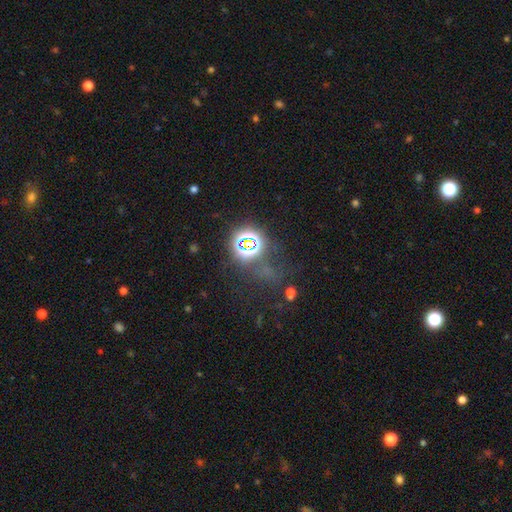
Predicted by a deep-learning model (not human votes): A star or artifact, not a galaxy (70%).